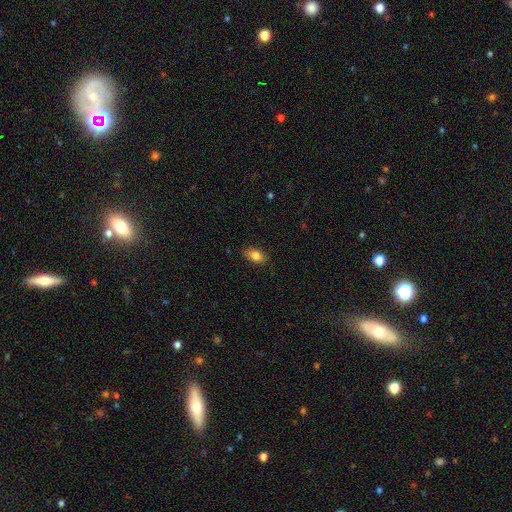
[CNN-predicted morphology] smooth 84%, featured or disk 8%, star or artifact 8%. Down the decision tree: how rounded — in between (88%); merging — none (84%).